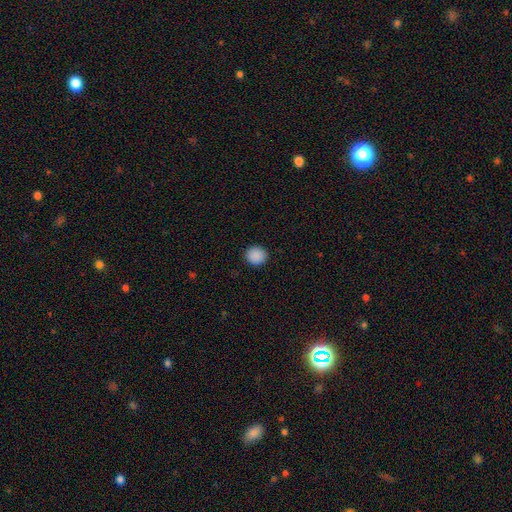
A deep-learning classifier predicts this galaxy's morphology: This is clearly a smooth galaxy (89%). How rounded: clearly round (89%). Merging: clearly none (92%).